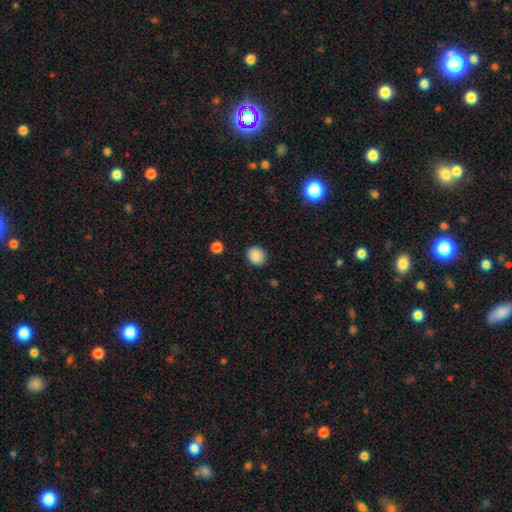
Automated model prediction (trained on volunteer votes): Smooth or featured: smooth — 88% (star or artifact — 9%)
How rounded: round — 75% (in between — 24%)
Merging: none — 88% (minor disturbance — 8%)